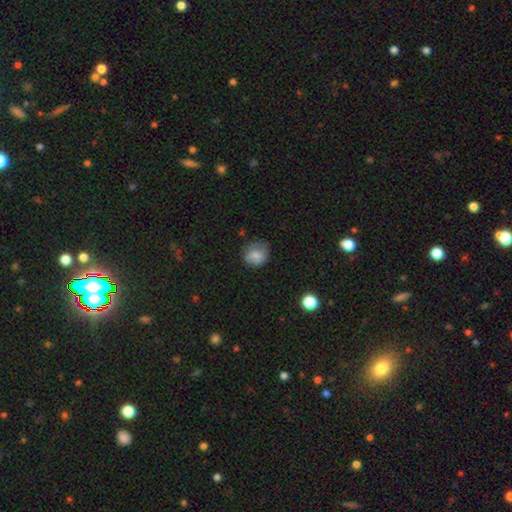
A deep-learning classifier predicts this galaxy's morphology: A smooth galaxy with no disk features (76%) that is round (68%).

Vote fractions:
- Smooth or featured? smooth: 76% / featured or disk: 15% / star or artifact: 10%
- How rounded? round: 68% / in between: 31% / cigar-shaped: 1%
- Merging? none: 66% / minor disturbance: 25% / major disturbance: 8% / merger: 2%